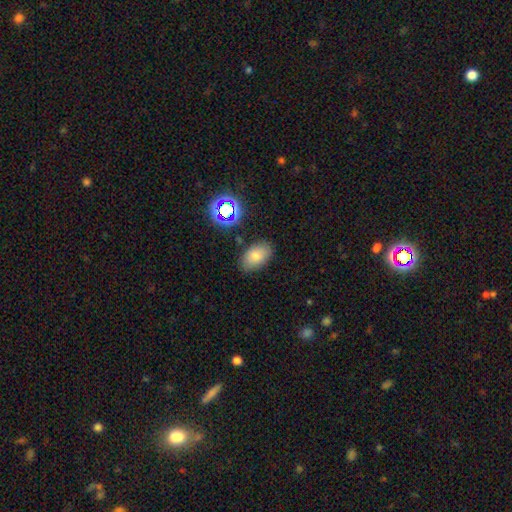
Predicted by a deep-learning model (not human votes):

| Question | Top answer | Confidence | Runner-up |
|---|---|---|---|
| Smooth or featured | smooth | 76% | featured or disk (12%) |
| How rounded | in between | 90% | round (8%) |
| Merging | none | 81% | minor disturbance (13%) |